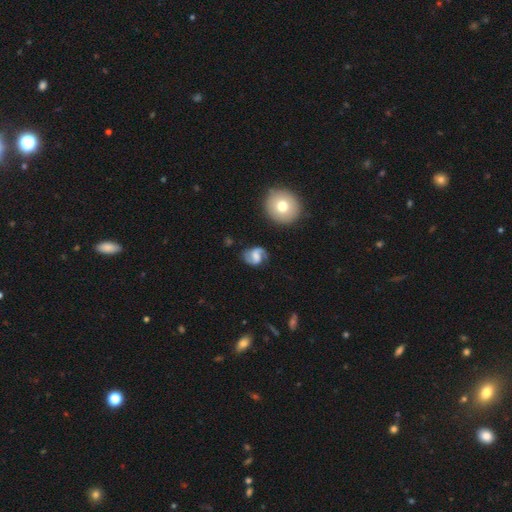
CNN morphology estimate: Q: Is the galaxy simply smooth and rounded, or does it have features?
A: featured or disk — 73%.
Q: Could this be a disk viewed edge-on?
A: no — 98%.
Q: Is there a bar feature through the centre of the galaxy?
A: weak — 51%.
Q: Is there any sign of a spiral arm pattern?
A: yes — 94%.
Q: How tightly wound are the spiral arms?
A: medium — 47%.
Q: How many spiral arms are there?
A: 2 — 89%.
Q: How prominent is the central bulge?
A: moderate — 38%.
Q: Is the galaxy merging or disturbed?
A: none — 74%.